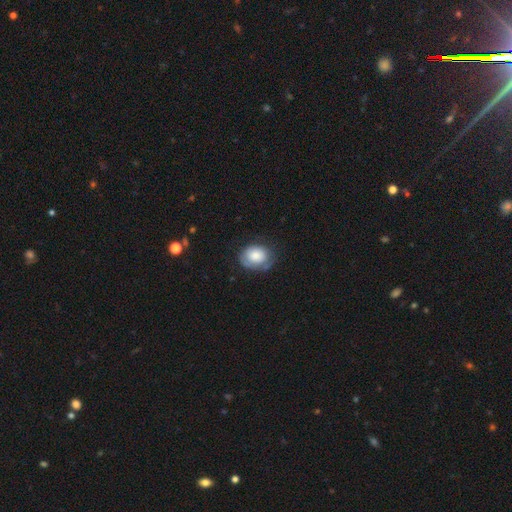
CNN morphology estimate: smooth-or-featured: smooth: 71% | featured or disk: 22% | star or artifact: 7%
  how-rounded: in between: 58% | round: 42% | cigar-shaped: 1%
  merging: none: 60% | minor disturbance: 27% | major disturbance: 11% | merger: 2%